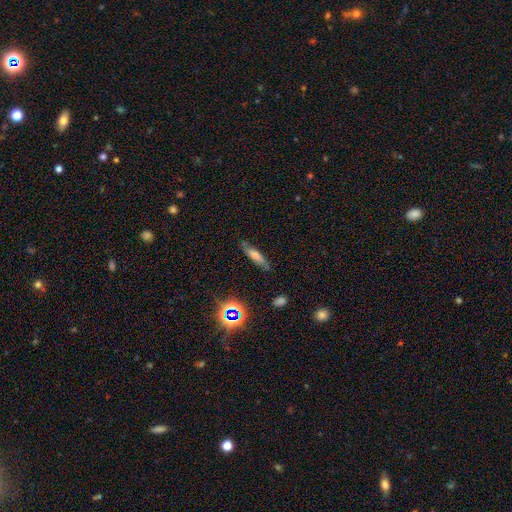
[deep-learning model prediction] smooth_or_featured: smooth (p=0.55) [alt: featured or disk p=0.31]
how_rounded: cigar-shaped (p=0.74) [alt: in between p=0.23]
merging: none (p=0.75) [alt: minor disturbance p=0.18]